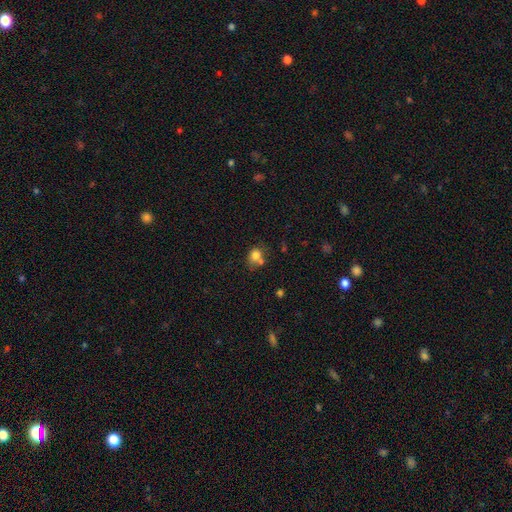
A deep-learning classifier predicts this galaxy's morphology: Smooth or featured?
  - smooth: 78% *
  - star or artifact: 12%
  - featured or disk: 10%
How rounded?
  - round: 66% *
  - in between: 33%
  - cigar-shaped: 1%
Merging?
  - none: 46% *
  - merger: 33%
  - minor disturbance: 14%
  - major disturbance: 6%